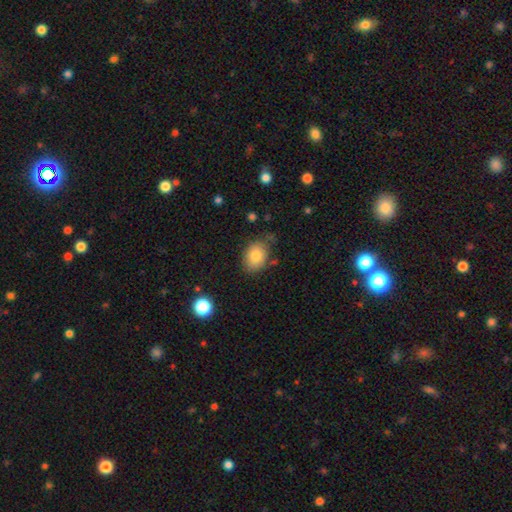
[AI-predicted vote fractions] smooth-or-featured: smooth: 81% | featured or disk: 10% | star or artifact: 9%
  how-rounded: in between: 73% | round: 26% | cigar-shaped: 1%
  merging: none: 74% | minor disturbance: 19% | major disturbance: 4% | merger: 3%